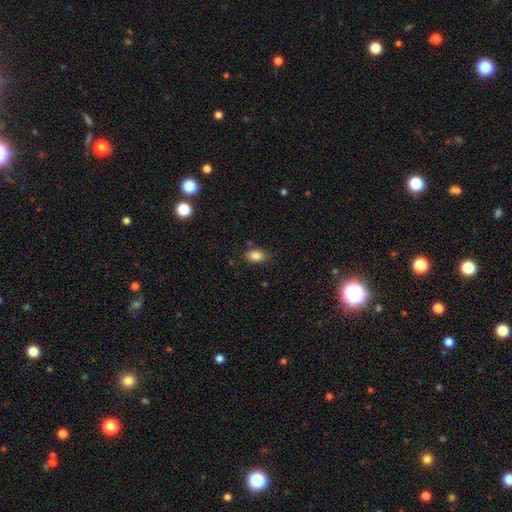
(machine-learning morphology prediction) This is clearly a smooth galaxy (86%). How rounded: clearly in between (85%). Merging: likely none (77%).